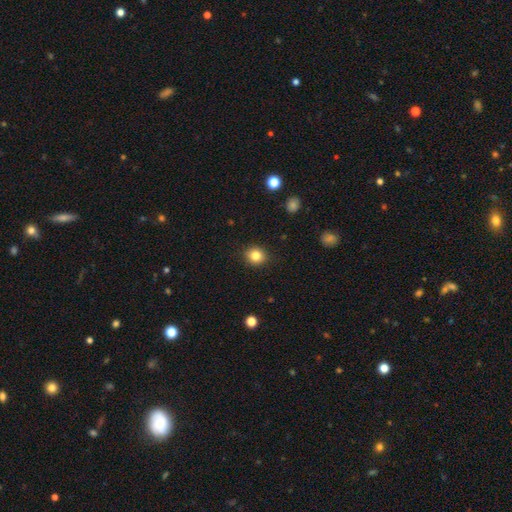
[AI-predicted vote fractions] This is clearly a smooth galaxy (83%). How rounded: likely round (76%). Merging: clearly none (90%).